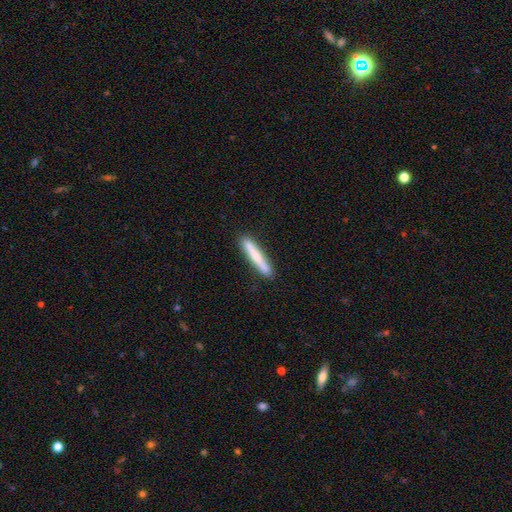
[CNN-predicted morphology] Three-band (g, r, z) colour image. It shows a smooth galaxy with no disk features (63%) that is cigar-shaped (95%). Merging: none (89%).